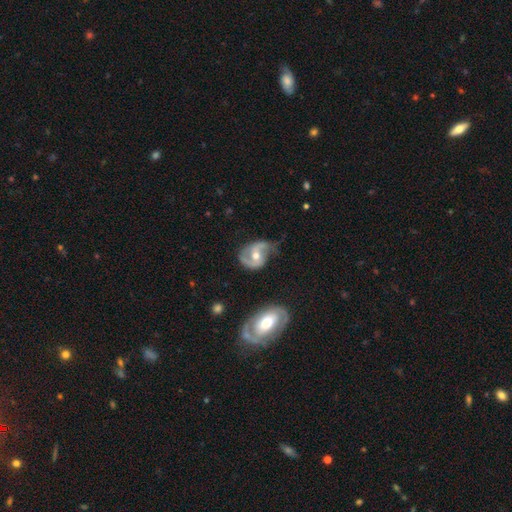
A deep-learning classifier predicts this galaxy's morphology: The model was most divided on "spiral winding": medium: 44%, loose: 37%, tight: 19%. Remaining: edge-on disk — no (97%); spiral arms — yes (90%); spiral arm count — 2 (84%); smooth or featured — featured or disk (79%); bulge size — moderate (70%); merging — none (51%); bar — no (47%).